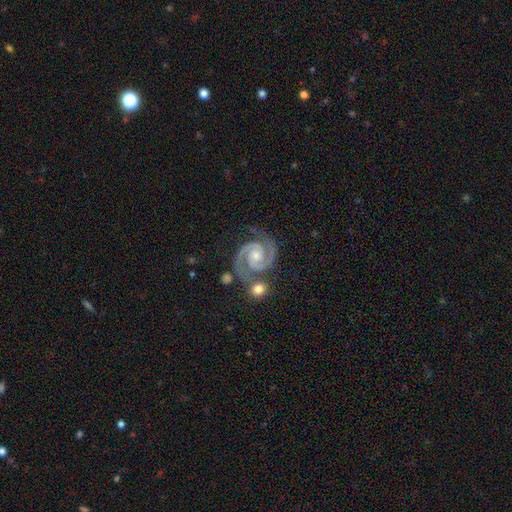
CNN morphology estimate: Smooth or featured: featured or disk — 94% (star or artifact — 4%)
Edge-on disk: no — 98% (yes — 2%)
Bar: no — 62% (weak — 26%)
Spiral arms: yes — 99% (no — 1%)
Spiral winding: tight — 62% (medium — 35%)
Spiral arm count: 2 — 94% (3 — 2%)
Bulge size: moderate — 48% (small — 45%)
Merging: none — 75% (minor disturbance — 13%)